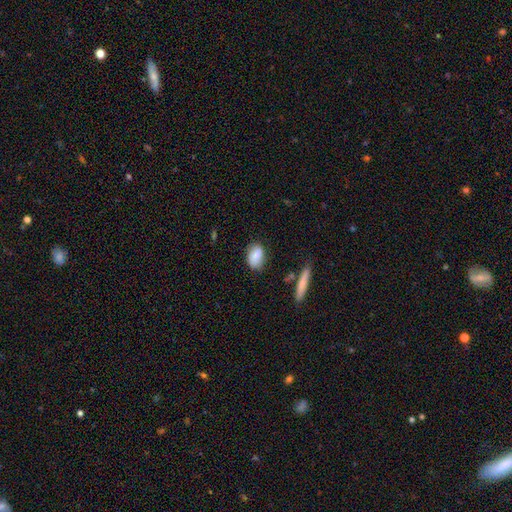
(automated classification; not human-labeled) smooth-or-featured: smooth: 83% | featured or disk: 10% | star or artifact: 7%
  how-rounded: in between: 85% | round: 12% | cigar-shaped: 3%
  merging: none: 74% | minor disturbance: 18% | major disturbance: 4% | merger: 4%